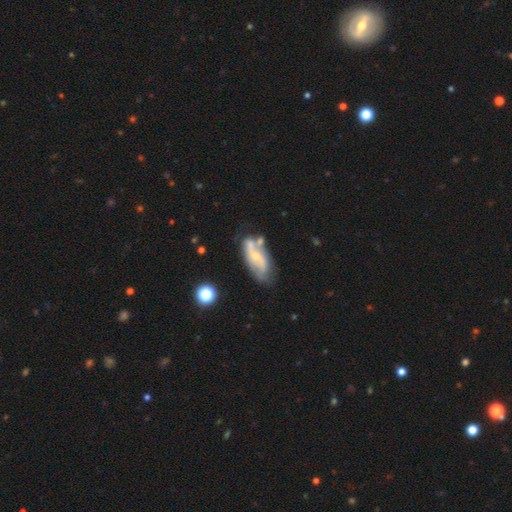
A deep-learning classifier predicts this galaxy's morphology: Smooth or featured: featured or disk — 67% (smooth — 25%)
Edge-on disk: no — 91% (yes — 9%)
Bar: no — 50% (weak — 36%)
Spiral arms: yes — 77% (no — 23%)
Bulge size: small — 60% (moderate — 30%)
Merging: none — 48% (minor disturbance — 23%)